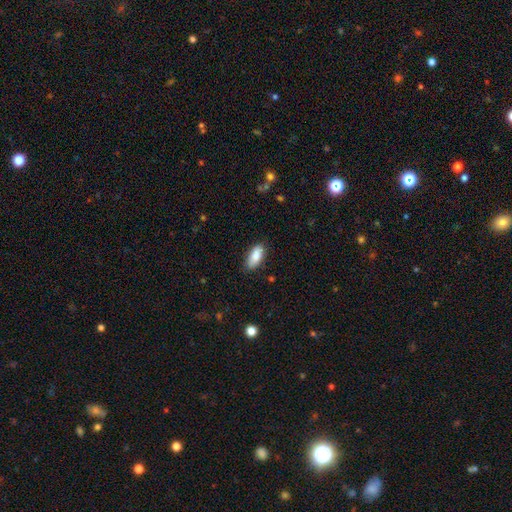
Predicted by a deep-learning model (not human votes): The model was most divided on "merging": none: 83%, minor disturbance: 14%, major disturbance: 2%, merger: 1%. More confident: smooth or featured — smooth (87%); how rounded — in between (85%).